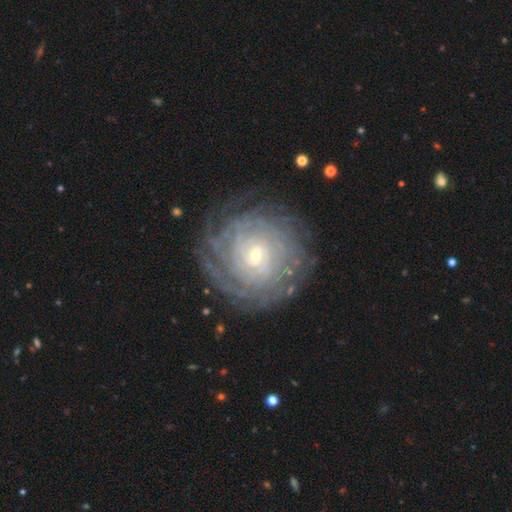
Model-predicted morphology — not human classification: A featured or disk galaxy (86%) with no bar (54%), tight (86%) spiral arms (96%) and a small central bulge (70%). Merging: none (81%).